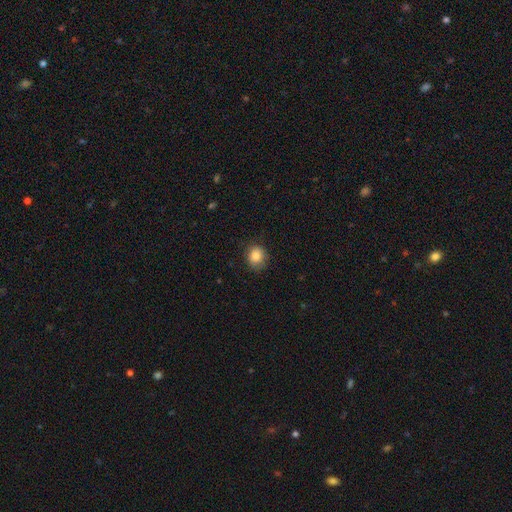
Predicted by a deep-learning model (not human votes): smooth-or-featured: smooth: 86% | star or artifact: 9% | featured or disk: 5%
  how-rounded: round: 71% | in between: 28% | cigar-shaped: 1%
  merging: none: 76% | minor disturbance: 18% | major disturbance: 4% | merger: 1%